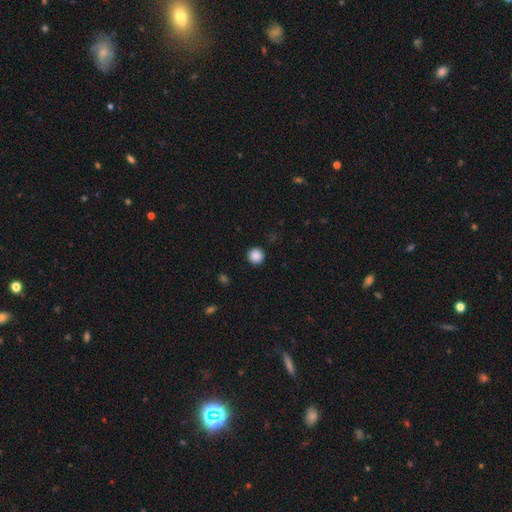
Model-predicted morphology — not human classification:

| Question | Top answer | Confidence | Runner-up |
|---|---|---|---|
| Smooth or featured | smooth | 88% | star or artifact (10%) |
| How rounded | round | 95% | in between (4%) |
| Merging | none | 92% | minor disturbance (5%) |